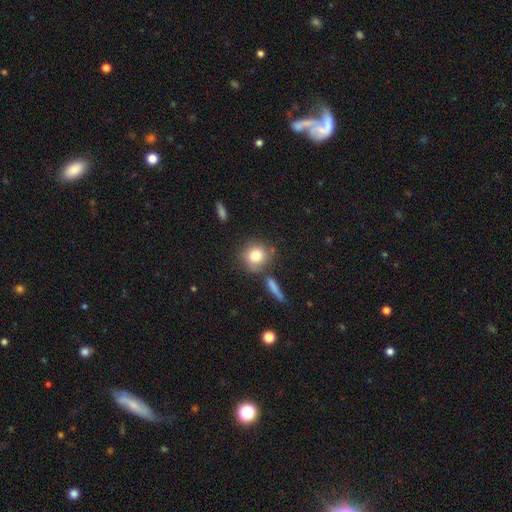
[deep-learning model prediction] smooth_or_featured: smooth (p=0.80) [alt: featured or disk p=0.10]
how_rounded: round (p=0.86) [alt: in between p=0.12]
merging: none (p=0.74) [alt: minor disturbance p=0.12]